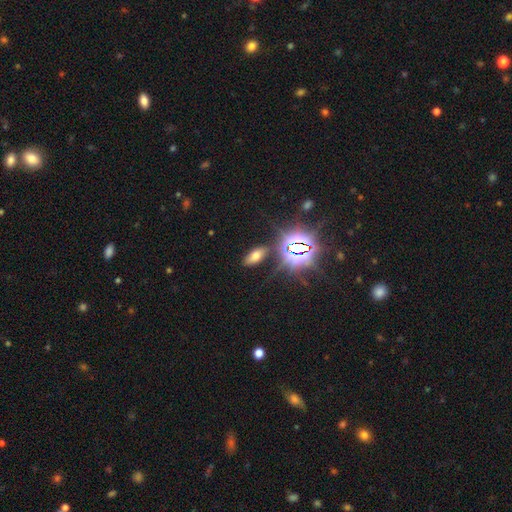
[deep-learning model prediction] This is possibly a smooth galaxy (49%). Merging: clearly none (83%).